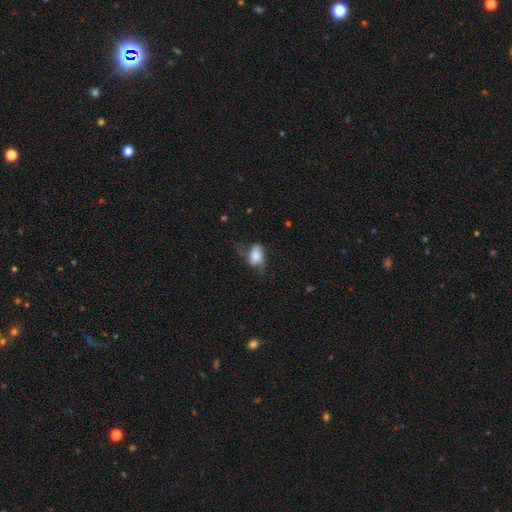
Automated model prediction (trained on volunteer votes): This appears to be a smooth galaxy with no disk features (62%) that is in between round and cigar-shaped (87%). Merging: major disturbance (34%).